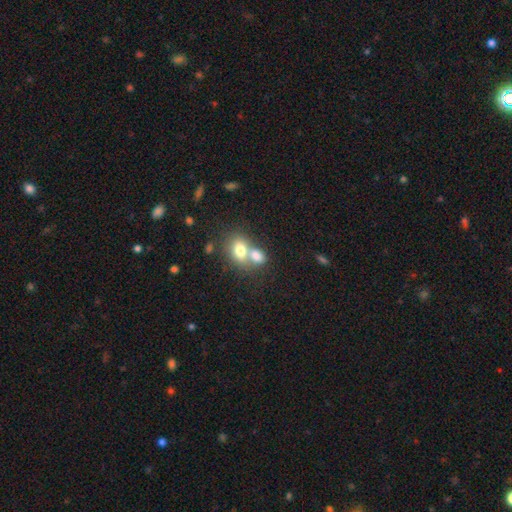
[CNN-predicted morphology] type=smooth (75%); roundness=in between (63%); merging=merger (65%).